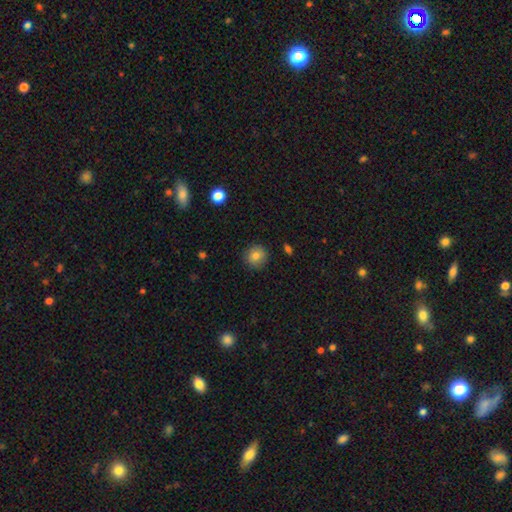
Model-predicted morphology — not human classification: A smooth galaxy with no disk features (81%) that is round (93%).

Vote fractions:
- Smooth or featured? smooth: 81% / star or artifact: 10% / featured or disk: 9%
- How rounded? round: 93% / in between: 6% / cigar-shaped: 1%
- Merging? none: 89% / minor disturbance: 8% / major disturbance: 2% / merger: 1%